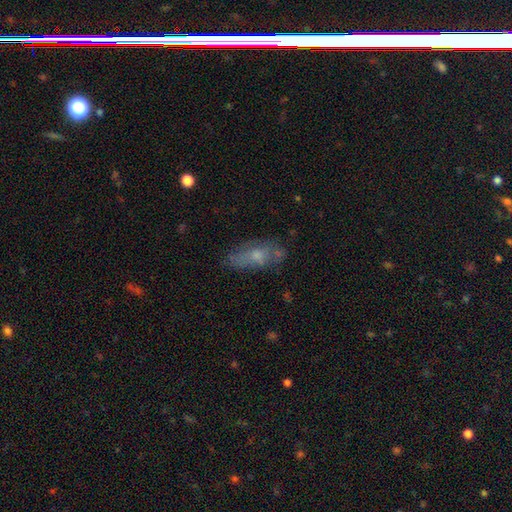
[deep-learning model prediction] Smooth or featured? Predicted: smooth (p=0.58). How rounded? Predicted: in between (p=0.74). Merging? Predicted: none (p=0.59).